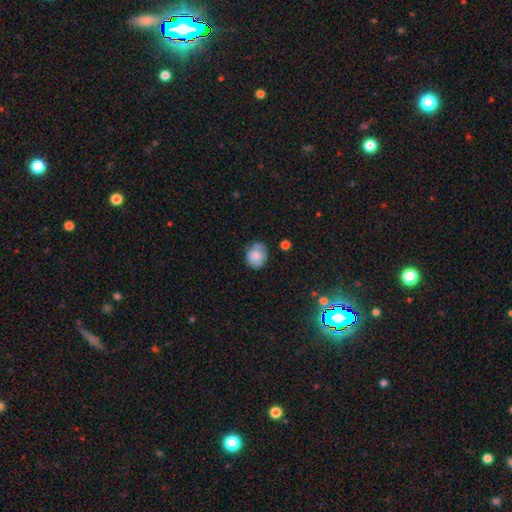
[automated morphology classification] smooth_or_featured: smooth (p=0.79) [alt: featured or disk p=0.13]
how_rounded: round (p=0.61) [alt: in between p=0.38]
merging: none (p=0.56) [alt: minor disturbance p=0.31]